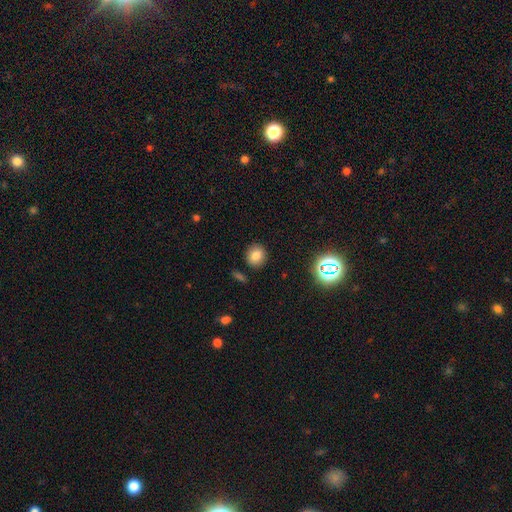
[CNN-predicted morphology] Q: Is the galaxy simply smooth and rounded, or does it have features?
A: smooth — 80%.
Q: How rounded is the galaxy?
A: round — 81%.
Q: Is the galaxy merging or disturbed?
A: none — 88%.